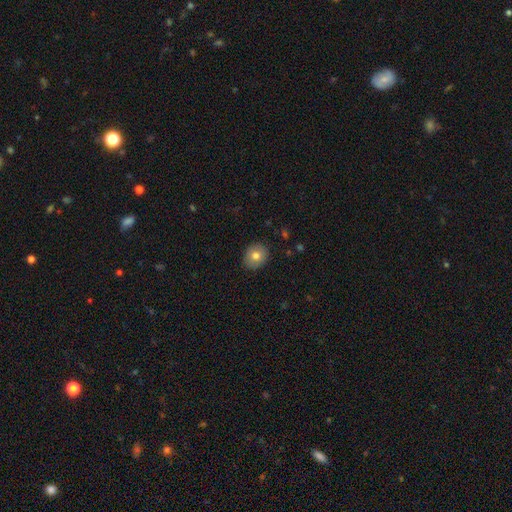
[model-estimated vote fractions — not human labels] This appears to be a smooth galaxy with no disk features (78%) that is round (61%). Merging: none (88%).